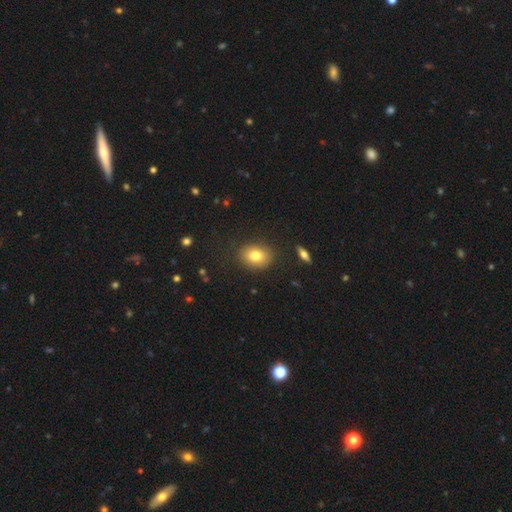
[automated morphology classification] This appears to be a smooth galaxy with no disk features (79%) that is in between round and cigar-shaped (61%). Merging: none (84%).